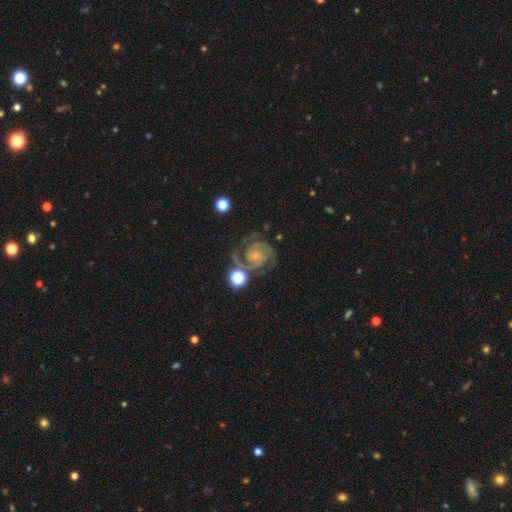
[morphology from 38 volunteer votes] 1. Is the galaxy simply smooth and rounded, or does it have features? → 95% featured or disk, 5% star or artifact, 0% smooth.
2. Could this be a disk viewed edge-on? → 100% no, 0% yes.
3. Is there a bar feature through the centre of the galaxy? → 81% no, 14% weak, 6% strong.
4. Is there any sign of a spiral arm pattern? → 100% yes, 0% no.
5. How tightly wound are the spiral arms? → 56% tight, 42% medium, 3% loose.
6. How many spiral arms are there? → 89% 2, 8% 3, 3% 1, 0% 4, 0% more than 4, 0% can't tell.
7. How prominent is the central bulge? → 89% small, 11% moderate, 0% dominant, 0% large, 0% none.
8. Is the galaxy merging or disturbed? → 47% none, 25% minor disturbance, 14% major disturbance, 14% merger.